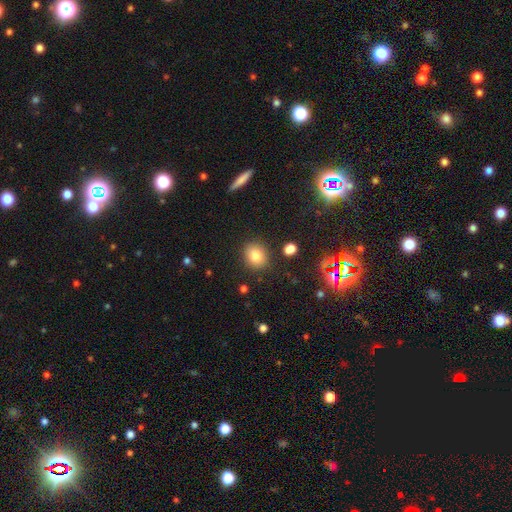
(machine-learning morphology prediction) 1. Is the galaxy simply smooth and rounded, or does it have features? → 82% smooth, 11% star or artifact, 7% featured or disk.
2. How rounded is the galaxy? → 69% round, 30% in between, 1% cigar-shaped.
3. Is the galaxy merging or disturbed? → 86% none, 8% minor disturbance, 3% merger, 3% major disturbance.